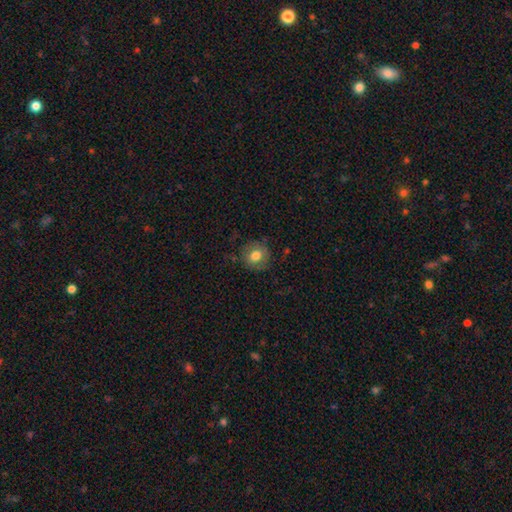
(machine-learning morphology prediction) Smooth or featured?
  - smooth: 78% *
  - featured or disk: 12%
  - star or artifact: 10%
How rounded?
  - round: 86% *
  - in between: 13%
  - cigar-shaped: 1%
Merging?
  - none: 82% *
  - minor disturbance: 13%
  - major disturbance: 4%
  - merger: 1%